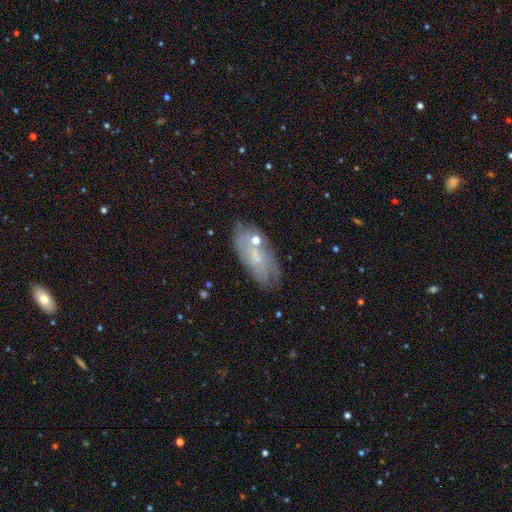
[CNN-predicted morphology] Overall: featured or disk (52%; smooth 30%). Edge-on disk: no (85%). Merging: none (77%).